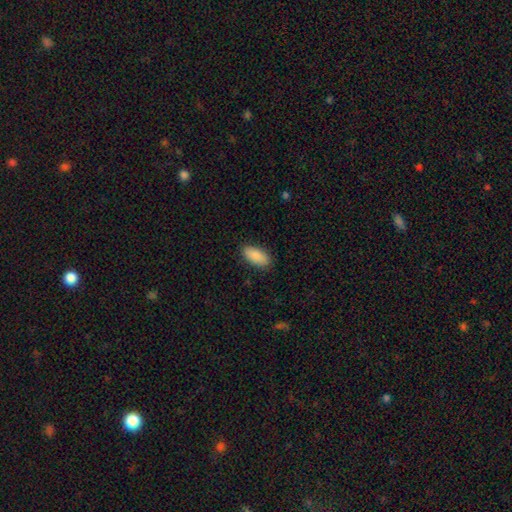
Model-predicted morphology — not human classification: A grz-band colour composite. It shows a smooth galaxy with no disk features (88%) that is in between round and cigar-shaped (91%). Merging: none (88%).